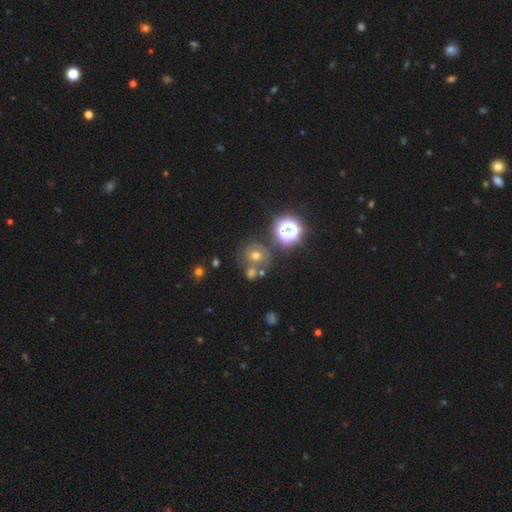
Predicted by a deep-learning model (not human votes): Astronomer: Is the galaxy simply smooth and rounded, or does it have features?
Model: smooth — 54%.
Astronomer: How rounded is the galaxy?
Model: round — 90%.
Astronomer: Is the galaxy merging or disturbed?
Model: none — 65%.